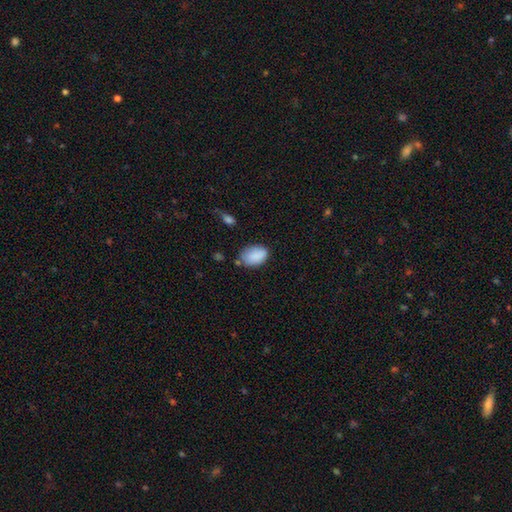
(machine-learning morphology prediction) Smooth or featured: smooth — 88% (star or artifact — 7%)
How rounded: in between — 85% (round — 14%)
Merging: none — 66% (minor disturbance — 24%)